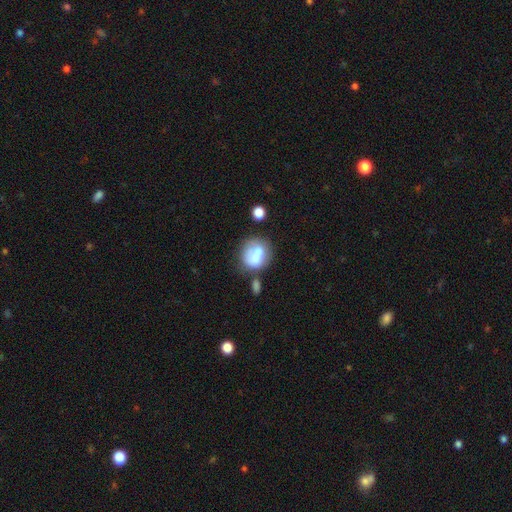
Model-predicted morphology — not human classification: Smooth or featured?
  - smooth: 67% *
  - featured or disk: 23%
  - star or artifact: 10%
How rounded?
  - round: 60% *
  - in between: 38%
  - cigar-shaped: 2%
Merging?
  - none: 43% *
  - minor disturbance: 23%
  - merger: 22%
  - major disturbance: 13%